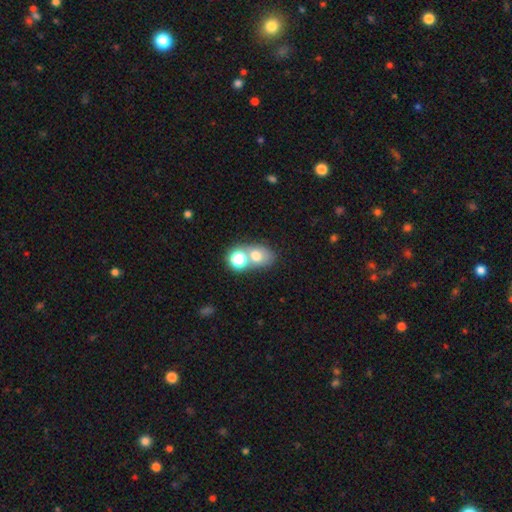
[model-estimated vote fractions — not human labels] This is likely a smooth galaxy (67%). How rounded: possibly in between (57%). Merging: marginally merger (45%).